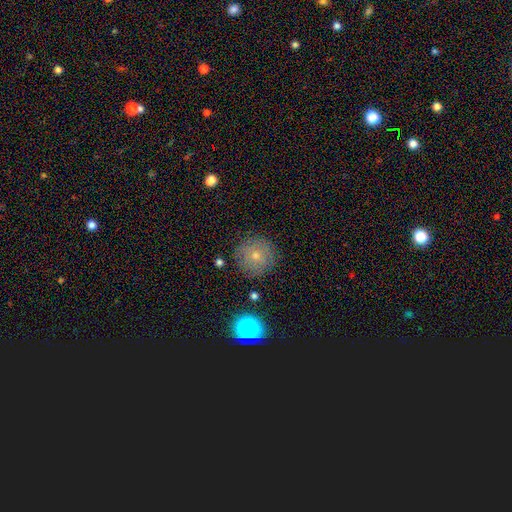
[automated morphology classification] smooth 68%, featured or disk 19%, star or artifact 13%. Down the decision tree: how rounded — round (95%); merging — none (85%).